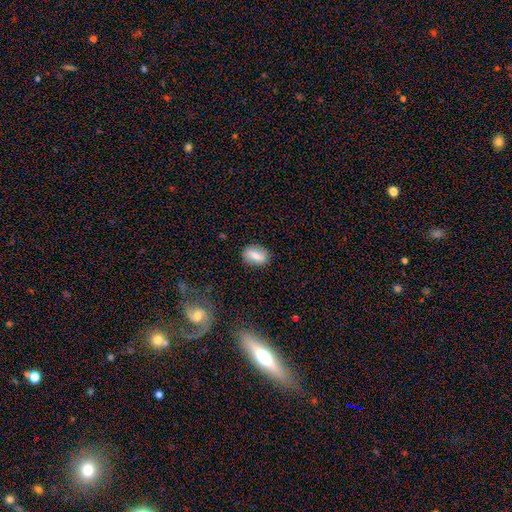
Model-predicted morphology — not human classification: type=smooth (70%); roundness=in between (79%); merging=none (84%).